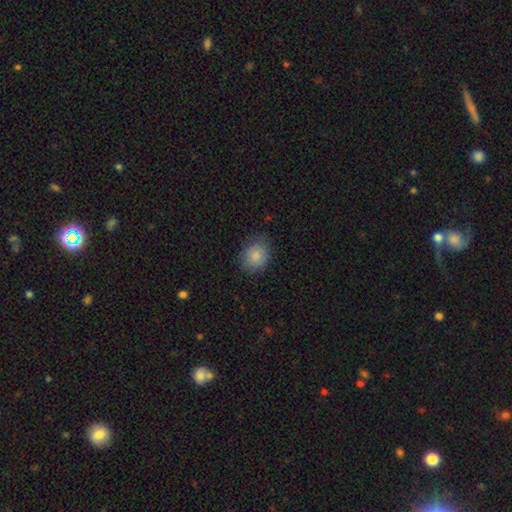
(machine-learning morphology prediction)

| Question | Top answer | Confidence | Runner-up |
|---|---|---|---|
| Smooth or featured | smooth | 85% | star or artifact (8%) |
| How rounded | round | 55% | in between (44%) |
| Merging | none | 76% | minor disturbance (19%) |